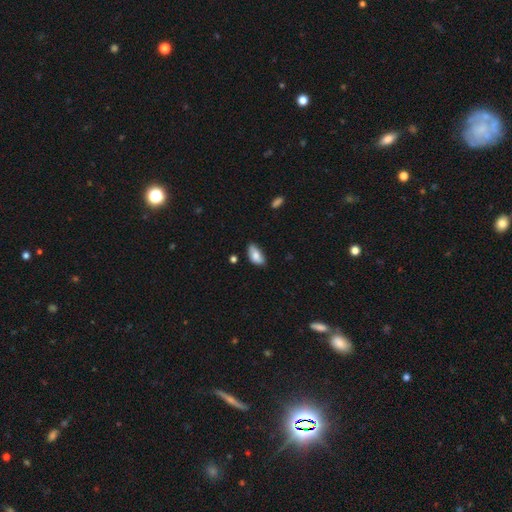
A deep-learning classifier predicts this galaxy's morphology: smooth-or-featured: smooth: 78% | featured or disk: 15% | star or artifact: 7%
  how-rounded: in between: 93% | cigar-shaped: 4% | round: 3%
  merging: none: 64% | minor disturbance: 29% | major disturbance: 5% | merger: 3%